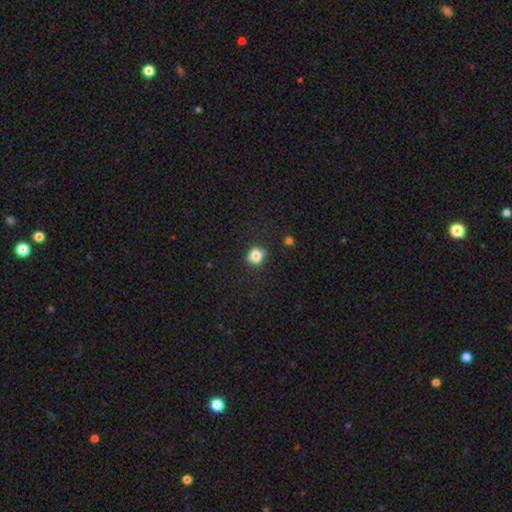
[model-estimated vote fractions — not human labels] smooth 72%, featured or disk 15%, star or artifact 13%. Down the decision tree: how rounded — round (57%); merging — none (71%).